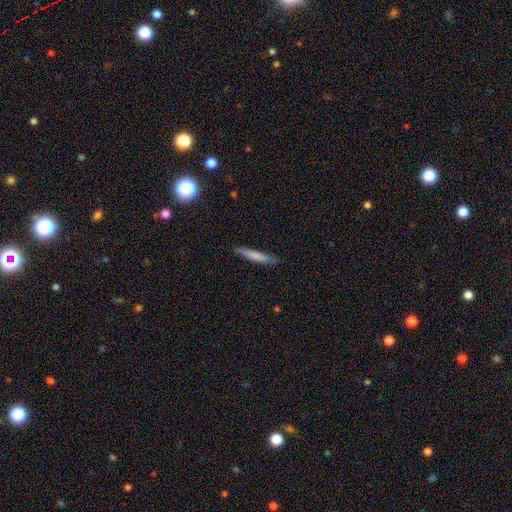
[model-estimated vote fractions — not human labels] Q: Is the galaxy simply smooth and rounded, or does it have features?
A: smooth — 74%.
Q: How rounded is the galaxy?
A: cigar-shaped — 94%.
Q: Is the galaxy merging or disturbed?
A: none — 87%.